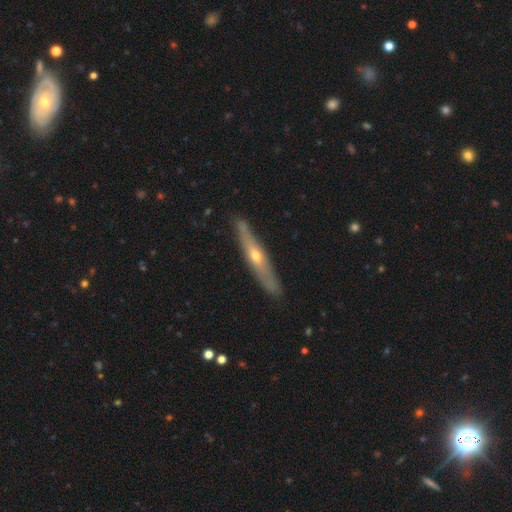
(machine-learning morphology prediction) Smooth or featured: featured or disk — 62% (smooth — 32%)
Edge-on disk: yes — 86% (no — 14%)
Edge-on bulge: rounded — 84% (none — 14%)
Merging: none — 86% (minor disturbance — 10%)